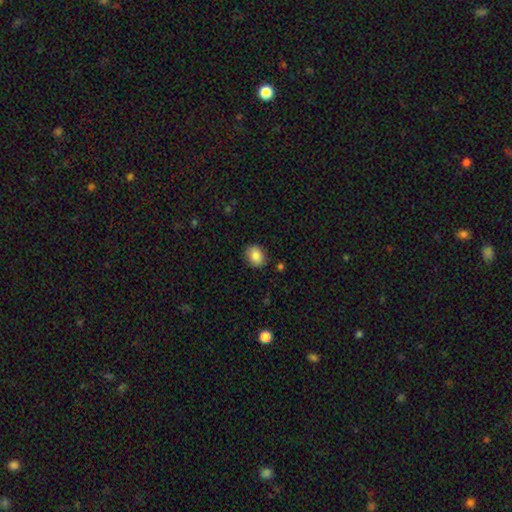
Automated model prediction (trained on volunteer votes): Smooth or featured: smooth — 86% (star or artifact — 8%)
How rounded: in between — 57% (round — 42%)
Merging: none — 87% (minor disturbance — 9%)